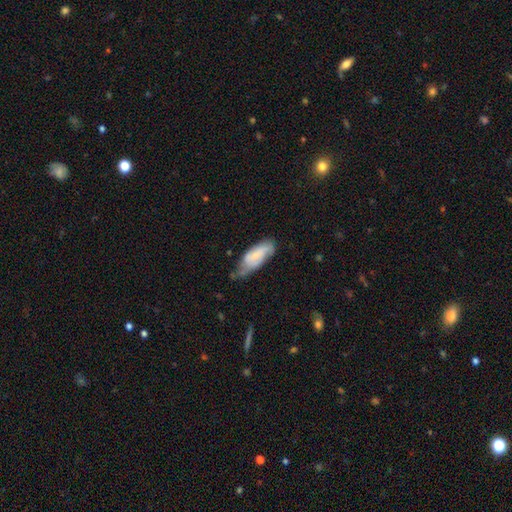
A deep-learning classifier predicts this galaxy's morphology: This appears to be a smooth galaxy with no disk features (59%) that is in between round and cigar-shaped (77%). Merging: minor disturbance (44%).